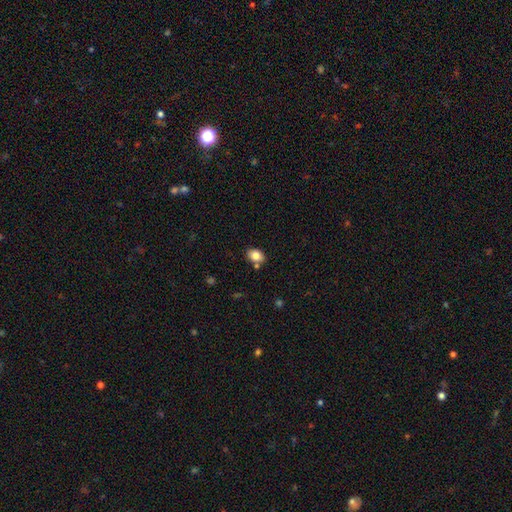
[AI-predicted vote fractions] smooth 82%, featured or disk 9%, star or artifact 9%. Down the decision tree: how rounded — in between (76%); merging — none (75%).